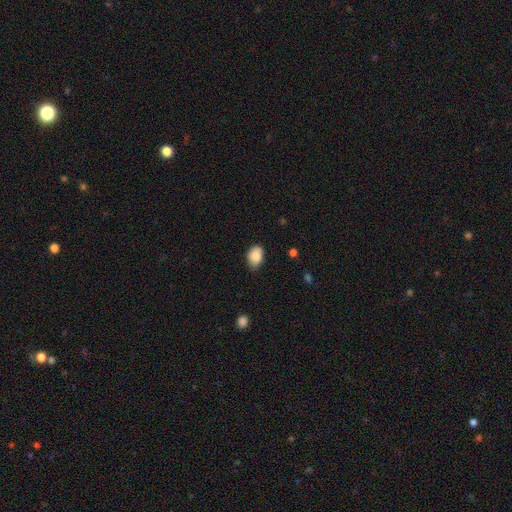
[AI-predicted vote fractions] Smooth or featured? Predicted: smooth (p=0.86). How rounded? Predicted: in between (p=0.79). Merging? Predicted: none (p=0.72).